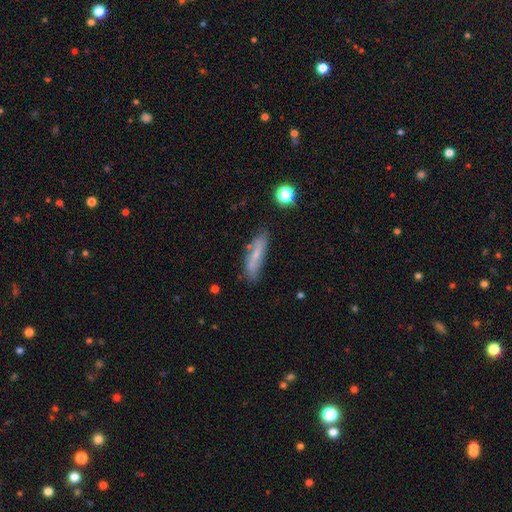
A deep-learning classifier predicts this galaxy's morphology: smooth-or-featured: smooth: 48% | featured or disk: 43% | star or artifact: 9%
  merging: none: 73% | minor disturbance: 18% | major disturbance: 5% | merger: 4%